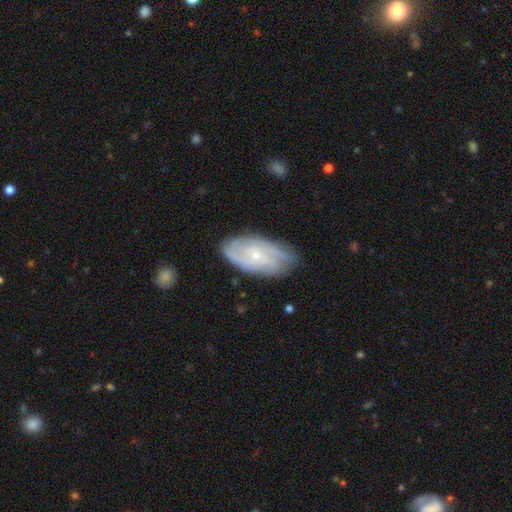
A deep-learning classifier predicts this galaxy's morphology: This appears to be a featured or disk galaxy (73%) with no bar (71%), tight (56%) spiral arms (91%) and a small central bulge (79%). Merging: none (77%).